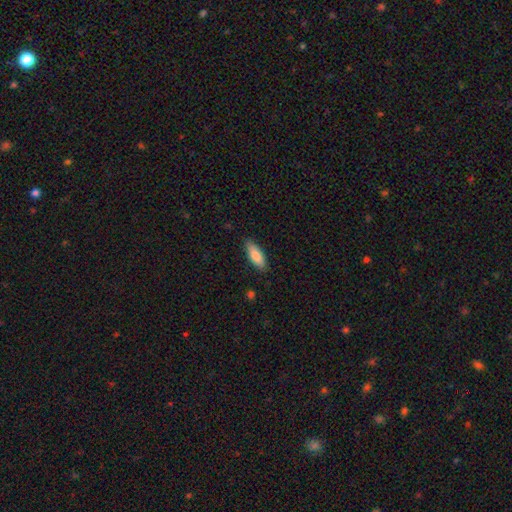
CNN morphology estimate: The model was most divided on "how rounded": in between: 68%, cigar-shaped: 30%, round: 2%. More confident: merging — none (86%); smooth or featured — smooth (83%).